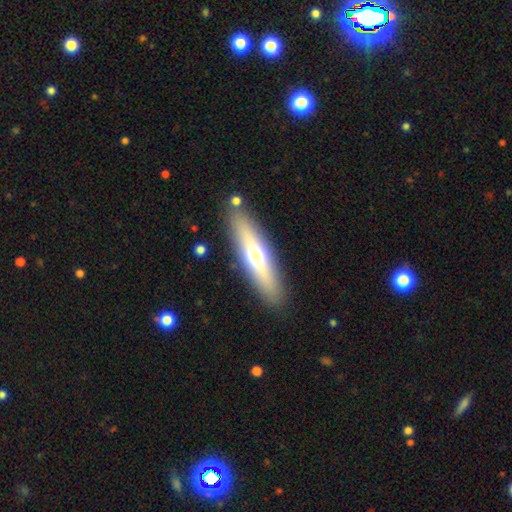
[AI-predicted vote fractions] Overall: smooth (53%; featured or disk 40%). How rounded: cigar-shaped (68%; in between 30%). Merging: none (86%).